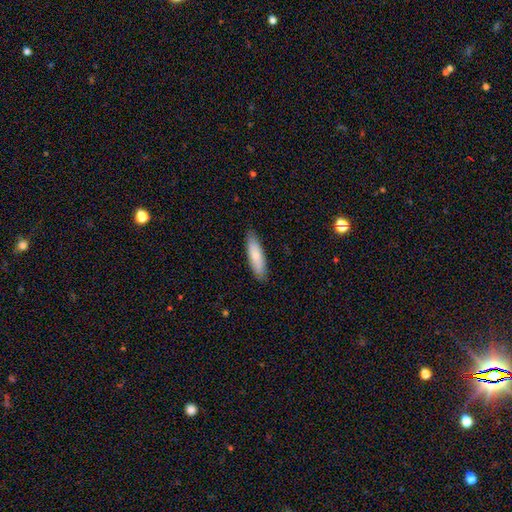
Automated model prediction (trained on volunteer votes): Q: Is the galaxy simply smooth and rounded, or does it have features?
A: smooth — 77%.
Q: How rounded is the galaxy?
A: cigar-shaped — 59%.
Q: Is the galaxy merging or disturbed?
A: none — 85%.